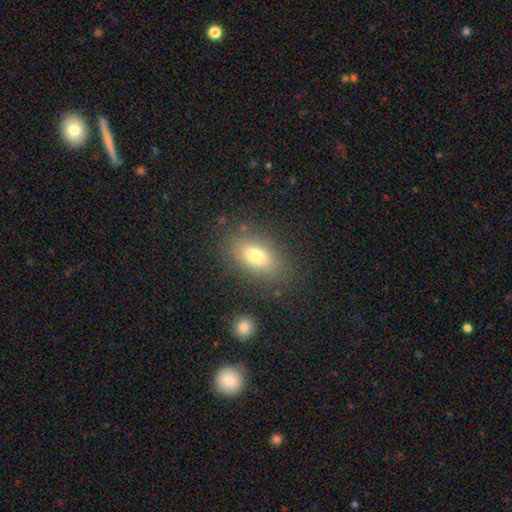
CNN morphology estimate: Smooth or featured? smooth (75%)
How rounded? in between (86%)
Merging? none (81%)